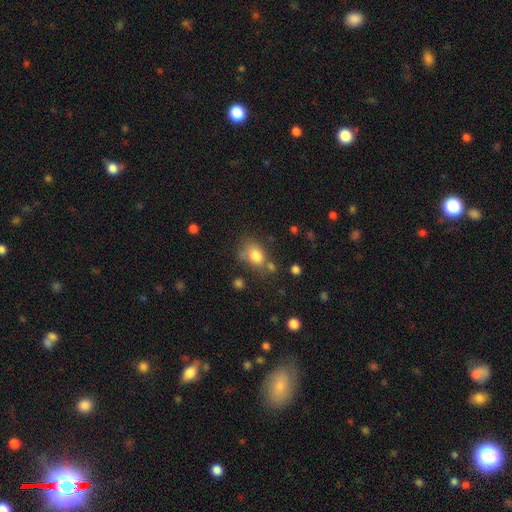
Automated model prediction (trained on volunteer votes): Smooth or featured?
  - smooth: 78% *
  - star or artifact: 11%
  - featured or disk: 11%
How rounded?
  - in between: 65% *
  - round: 34%
  - cigar-shaped: 1%
Merging?
  - none: 53% *
  - minor disturbance: 22%
  - merger: 15%
  - major disturbance: 10%